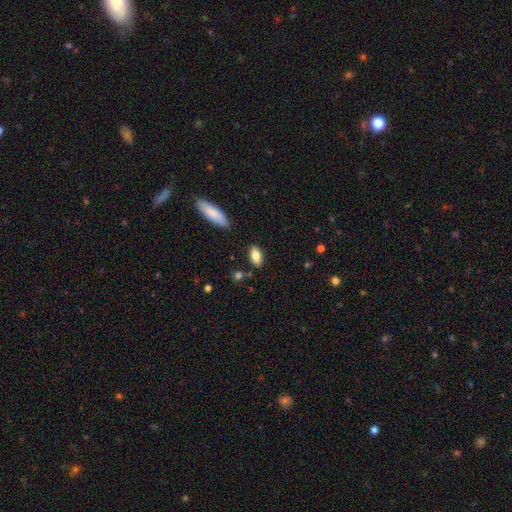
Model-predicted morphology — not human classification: Smooth or featured? smooth (80%)
How rounded? in between (88%)
Merging? none (85%)